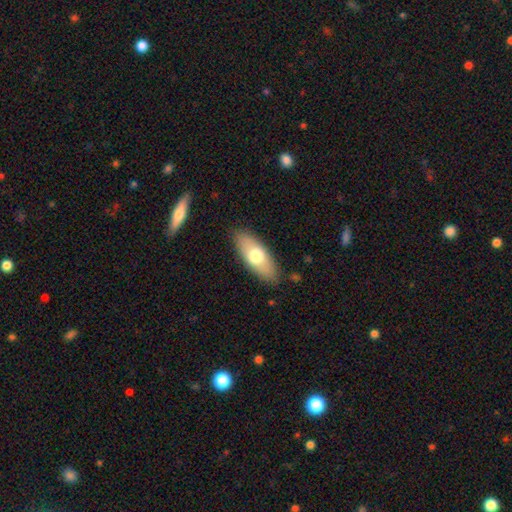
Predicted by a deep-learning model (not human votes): Morphology: type=smooth (68%); roundness=in between (76%); merging=none (86%).